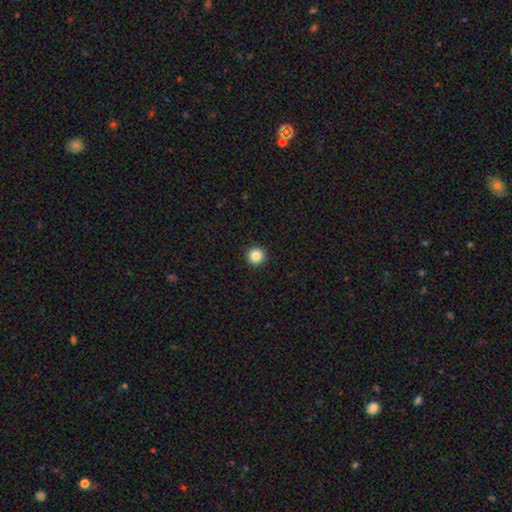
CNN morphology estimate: type=smooth (86%); roundness=round (96%); merging=none (94%).